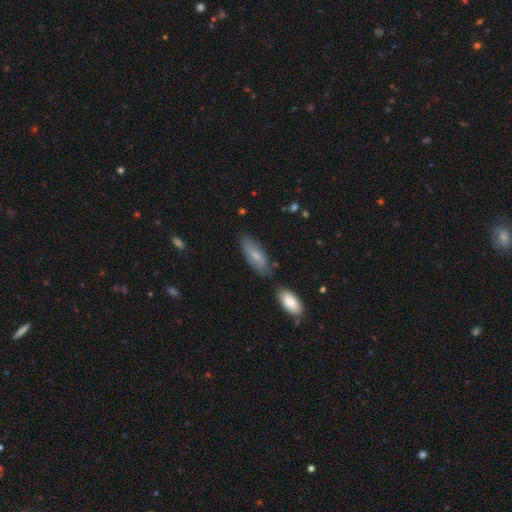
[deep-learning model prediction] Smooth or featured? smooth (71%)
How rounded? in between (68%)
Merging? none (68%)